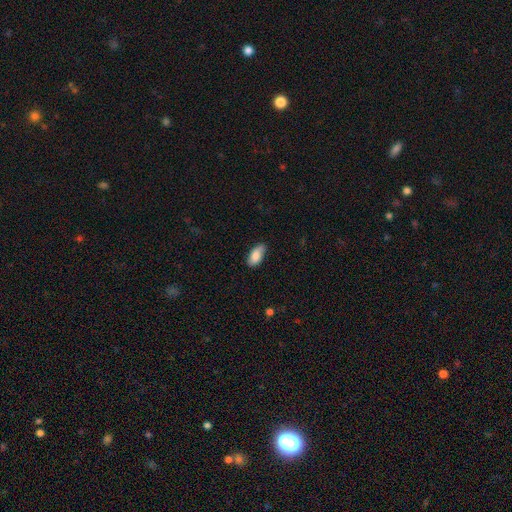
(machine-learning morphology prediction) Overall: smooth (85%). How rounded: in between (91%). Merging: none (79%).